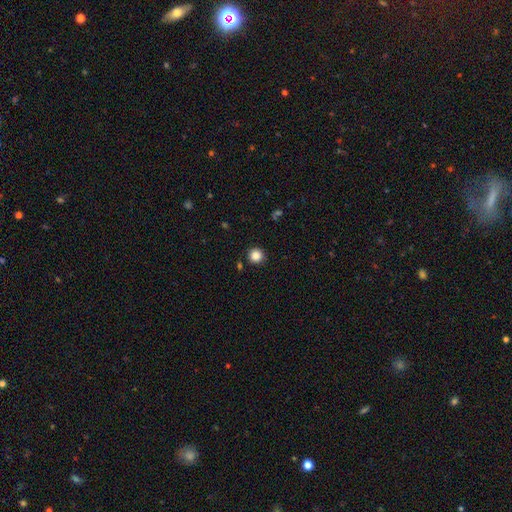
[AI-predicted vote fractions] Q: Smooth or featured?
A: smooth (85%); runner-up: star or artifact (11%)
Q: How rounded?
A: round (95%); runner-up: in between (4%)
Q: Merging?
A: none (91%); runner-up: minor disturbance (5%)